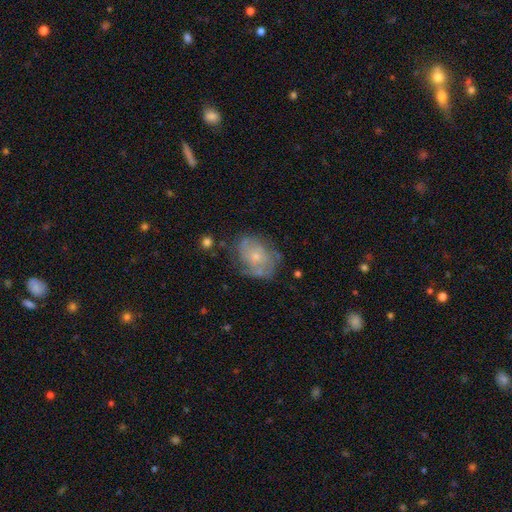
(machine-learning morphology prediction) Q: Smooth or featured?
A: featured or disk (60%); runner-up: smooth (32%)
Q: Edge-on disk?
A: no (97%); runner-up: yes (3%)
Q: Bar?
A: no (82%); runner-up: weak (15%)
Q: Spiral arms?
A: yes (68%); runner-up: no (32%)
Q: Bulge size?
A: small (68%); runner-up: moderate (25%)
Q: Merging?
A: none (58%); runner-up: minor disturbance (26%)